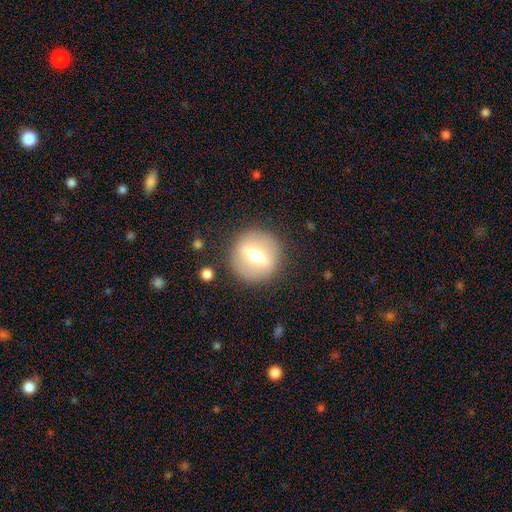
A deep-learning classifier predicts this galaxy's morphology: Overall: featured or disk (51%; smooth 42%). Edge-on disk: no (69%; yes 31%). Merging: none (87%).